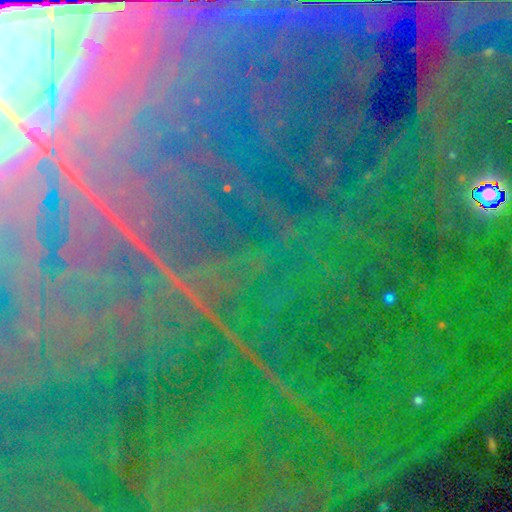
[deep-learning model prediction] Q: Smooth or featured?
A: star or artifact (87%); runner-up: featured or disk (7%)